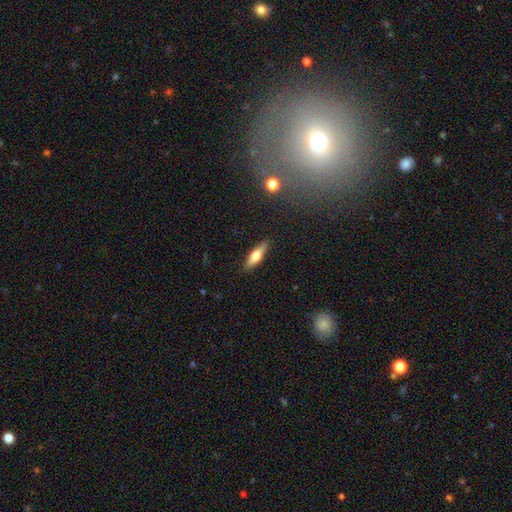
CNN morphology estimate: This appears to be a smooth galaxy with no disk features (61%) that is cigar-shaped (61%). Merging: none (89%).